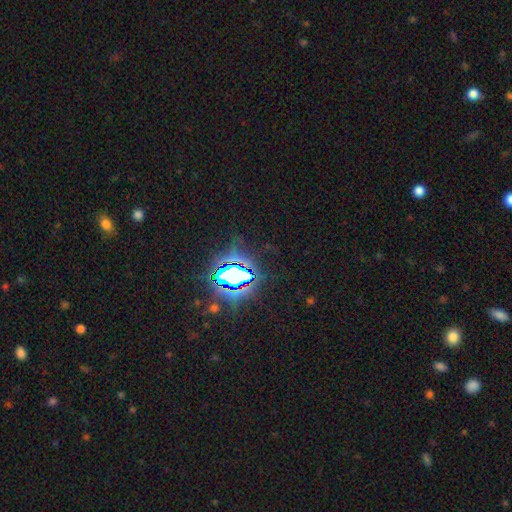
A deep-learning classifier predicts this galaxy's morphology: Smooth or featured?
  - star or artifact: 83% *
  - smooth: 10%
  - featured or disk: 7%